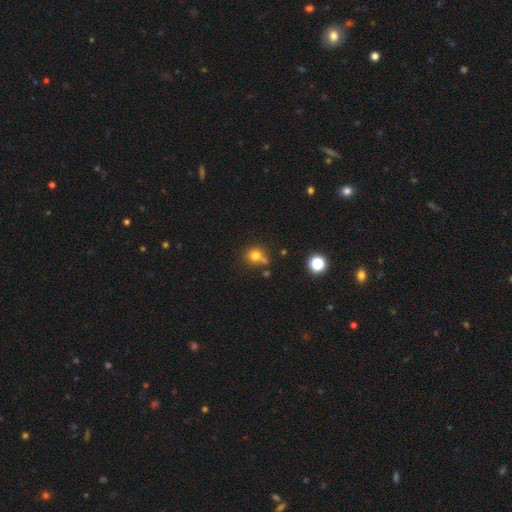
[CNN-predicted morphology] Smooth or featured?
  - smooth: 77% *
  - star or artifact: 14%
  - featured or disk: 8%
How rounded?
  - round: 87% *
  - in between: 12%
  - cigar-shaped: 1%
Merging?
  - none: 62% *
  - merger: 17%
  - minor disturbance: 15%
  - major disturbance: 5%